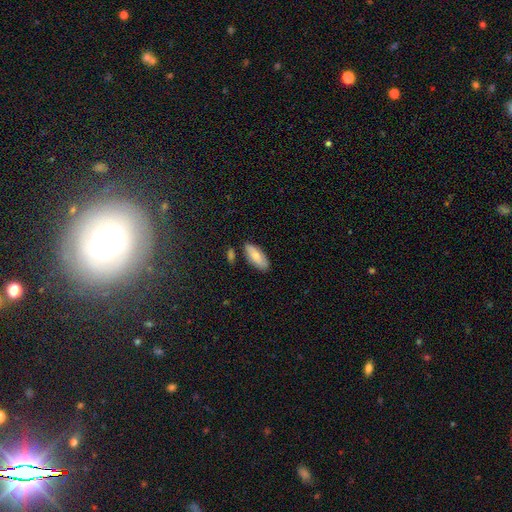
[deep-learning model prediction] Smooth or featured: smooth — 78% (featured or disk — 16%)
How rounded: in between — 82% (cigar-shaped — 16%)
Merging: none — 78% (minor disturbance — 15%)